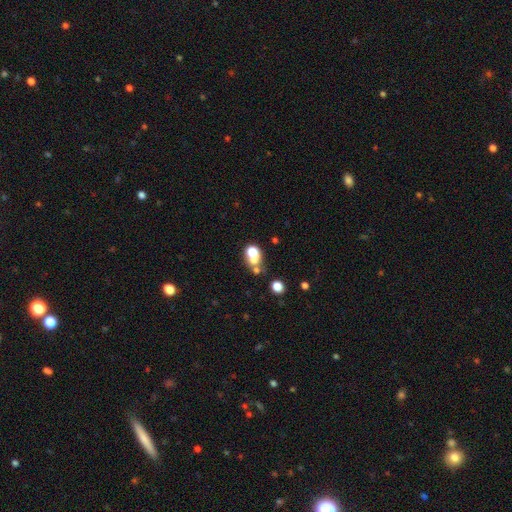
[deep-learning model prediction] This appears to be a smooth galaxy with no disk features (62%) that is round (59%). Merging: merger (48%).